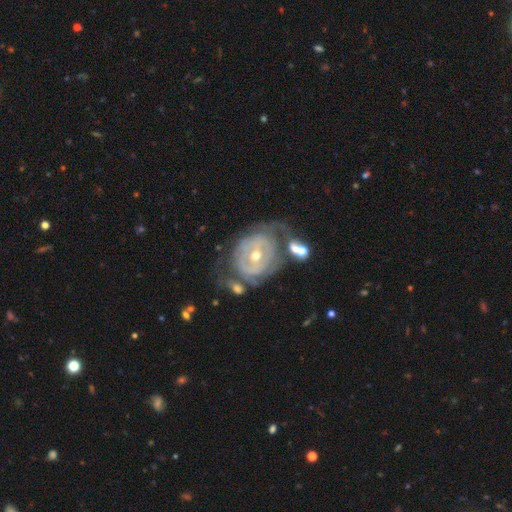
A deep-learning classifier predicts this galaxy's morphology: Overall: featured or disk (78%). Edge-on disk: no (95%). Bar: no (48%; weak 34%). Spiral arms: yes (68%; no 32%). Spiral arm count: can't tell (45%; 2 35%). Spiral winding: tight (67%). Bulge size: moderate (49%; small 48%). Merging: none (43%; minor disturbance 21%).